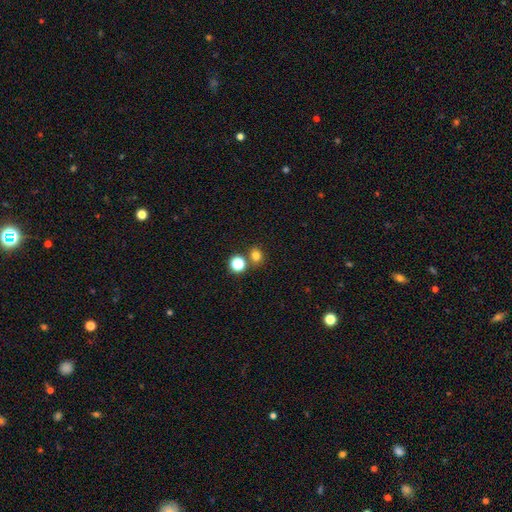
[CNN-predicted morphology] Smooth or featured?
  - smooth: 77% *
  - star or artifact: 18%
  - featured or disk: 5%
How rounded?
  - round: 75% *
  - in between: 24%
  - cigar-shaped: 1%
Merging?
  - none: 75% *
  - merger: 15%
  - minor disturbance: 8%
  - major disturbance: 3%